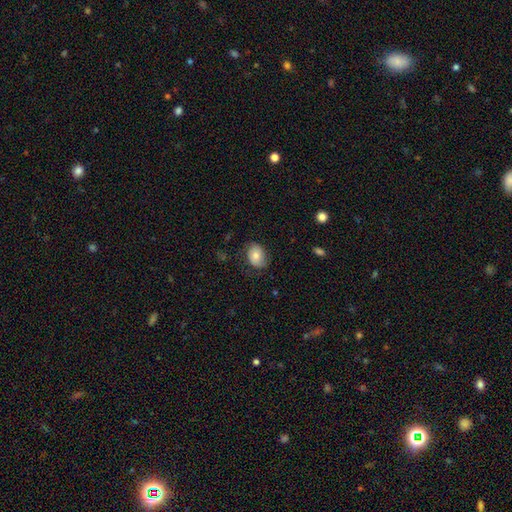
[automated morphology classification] A smooth galaxy with no disk features (73%) that is in between round and cigar-shaped (67%).

Vote fractions:
- Smooth or featured? smooth: 73% / featured or disk: 19% / star or artifact: 8%
- How rounded? in between: 67% / round: 32% / cigar-shaped: 1%
- Merging? none: 70% / minor disturbance: 22% / major disturbance: 7% / merger: 1%